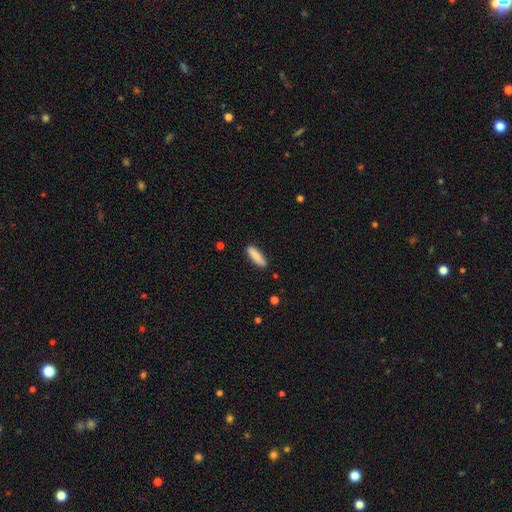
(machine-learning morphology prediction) The model was most divided on "how rounded": cigar-shaped: 67%, in between: 31%, round: 2%. More confident: merging — none (87%); smooth or featured — smooth (87%).